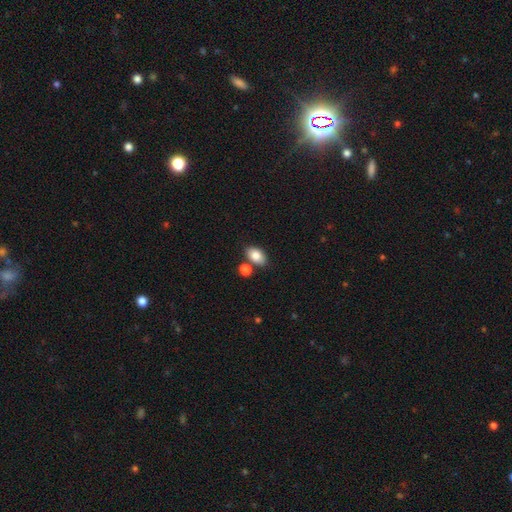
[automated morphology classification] This appears to be a smooth galaxy with no disk features (83%) that is in between round and cigar-shaped (88%). Merging: none (70%).